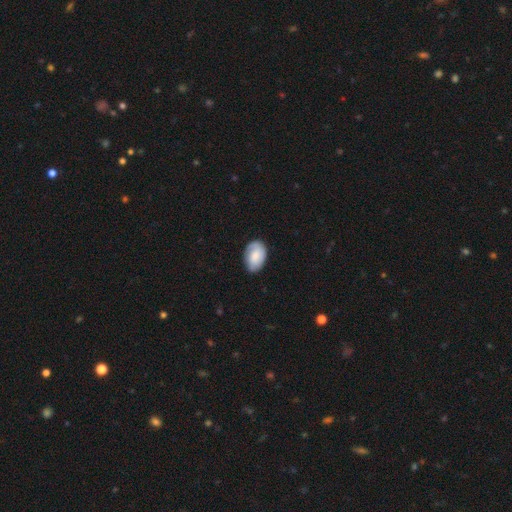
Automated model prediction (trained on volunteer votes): A smooth galaxy with no disk features (67%) that is in between round and cigar-shaped (86%). Merging: none (74%).